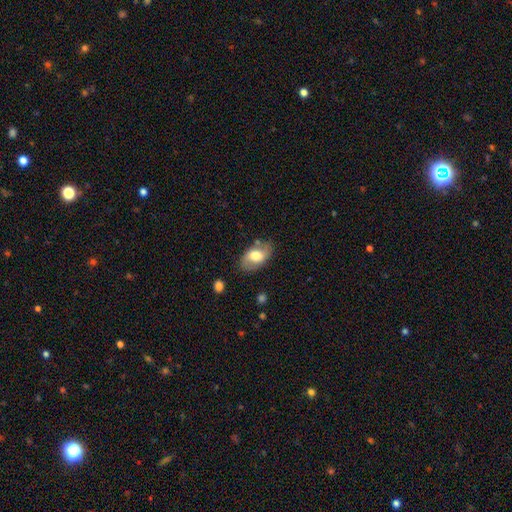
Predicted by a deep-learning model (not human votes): Smooth or featured? smooth (58%)
How rounded? in between (91%)
Merging? none (75%)